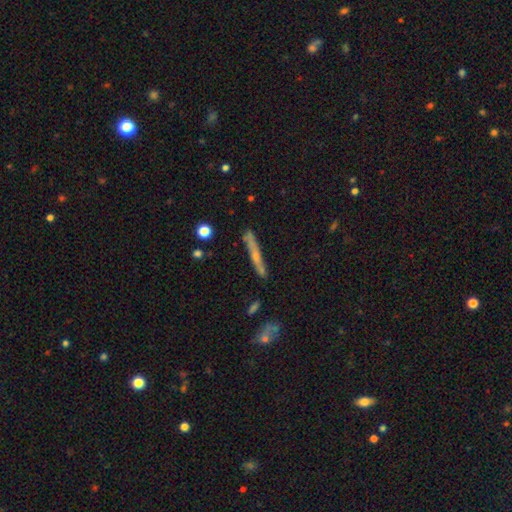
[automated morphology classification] This is possibly a featured or disk galaxy (57%). It is clearly viewed edge-on (93%). Edge-on bulge: possibly rounded (54%). Merging: likely none (79%).